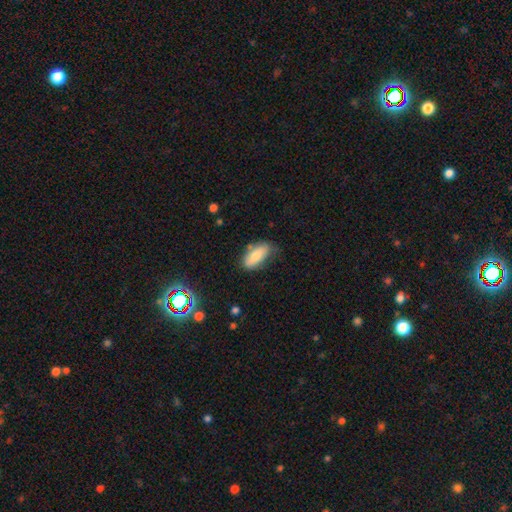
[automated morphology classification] type=smooth (75%); roundness=in between (82%); merging=none (66%).